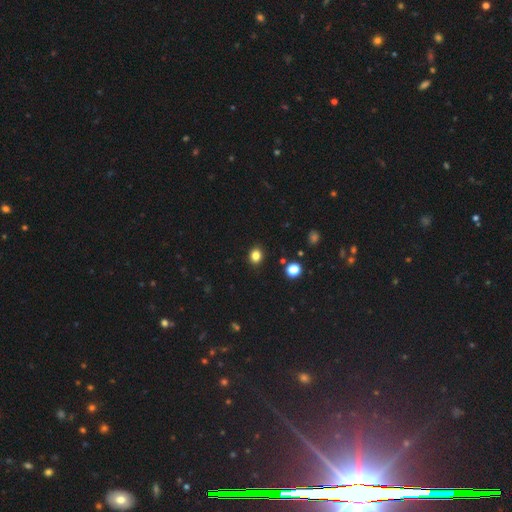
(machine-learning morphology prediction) type=smooth (83%); roundness=round (63%); merging=none (90%).